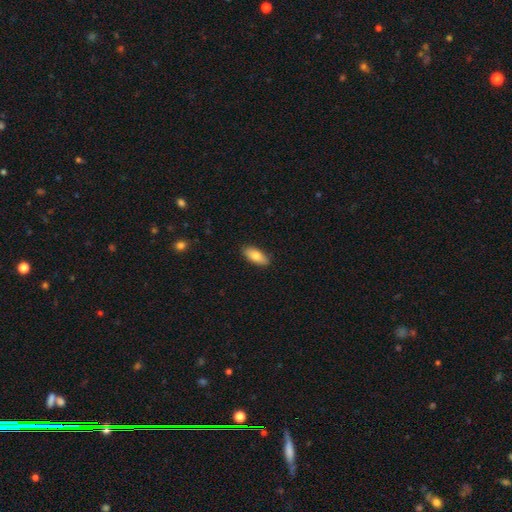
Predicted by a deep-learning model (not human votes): Morphology: type=smooth (80%); roundness=in between (81%); merging=none (89%).